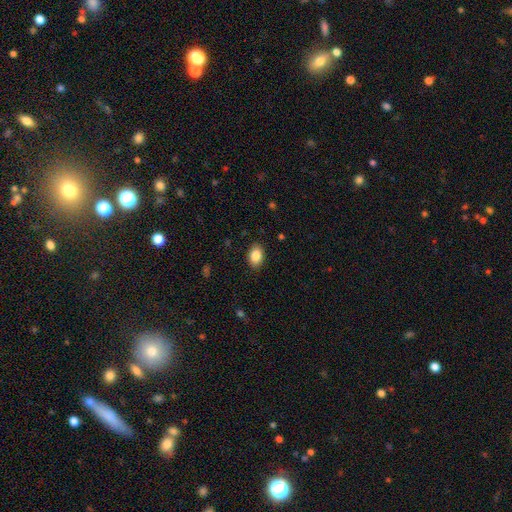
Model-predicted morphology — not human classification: A smooth galaxy with no disk features (86%) that is in between round and cigar-shaped (85%). Merging: none (88%).